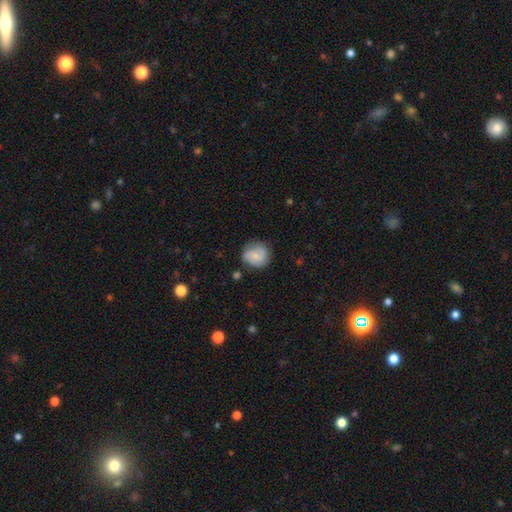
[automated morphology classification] The model was most divided on "smooth or featured": smooth: 52%, featured or disk: 40%, star or artifact: 8%. More confident: how rounded — round (84%); merging — none (73%).